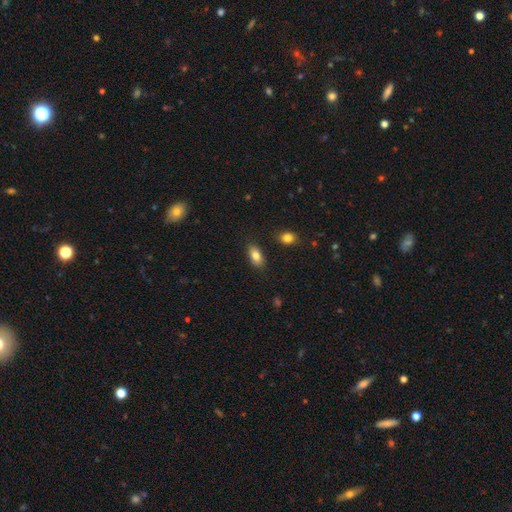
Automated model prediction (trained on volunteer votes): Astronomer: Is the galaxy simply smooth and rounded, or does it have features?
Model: smooth — 82%.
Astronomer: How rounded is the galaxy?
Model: in between — 89%.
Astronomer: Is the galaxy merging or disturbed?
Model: none — 85%.